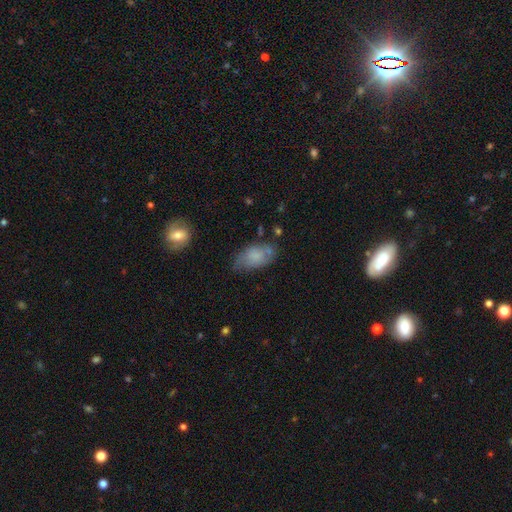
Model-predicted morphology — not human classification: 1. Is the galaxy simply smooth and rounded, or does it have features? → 70% smooth, 21% featured or disk, 8% star or artifact.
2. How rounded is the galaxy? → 92% in between, 5% round, 3% cigar-shaped.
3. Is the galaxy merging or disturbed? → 53% none, 31% minor disturbance, 11% major disturbance, 6% merger.